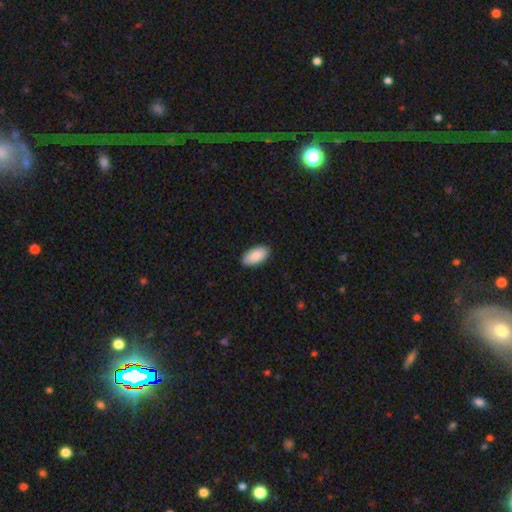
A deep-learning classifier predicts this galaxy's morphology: Overall: smooth (91%). How rounded: in between (95%). Merging: none (89%).